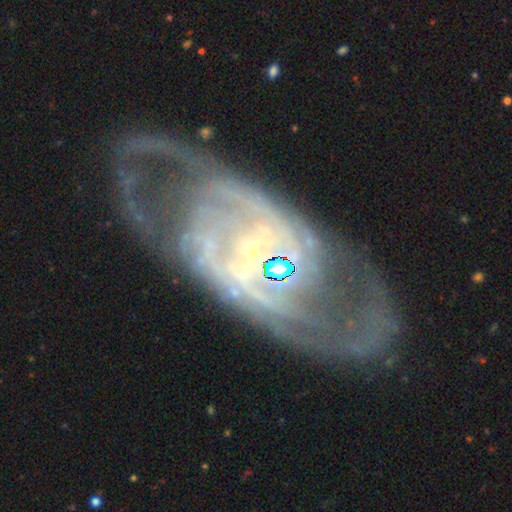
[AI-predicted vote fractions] The model was most divided on "spiral winding": medium: 43%, tight: 39%, loose: 18%. Remaining: edge-on disk — no (94%); spiral arms — yes (90%); smooth or featured — featured or disk (86%); bulge size — small (70%); merging — none (61%); spiral arm count — 2 (61%); bar — no (47%).